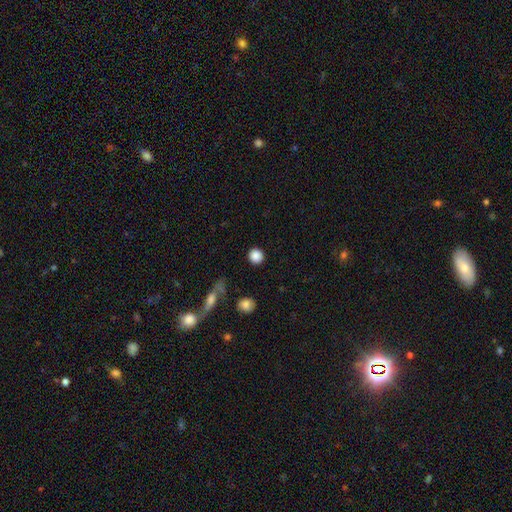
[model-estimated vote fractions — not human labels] smooth_or_featured: smooth (p=0.87) [alt: star or artifact p=0.09]
how_rounded: round (p=0.90) [alt: in between p=0.08]
merging: none (p=0.90) [alt: minor disturbance p=0.06]